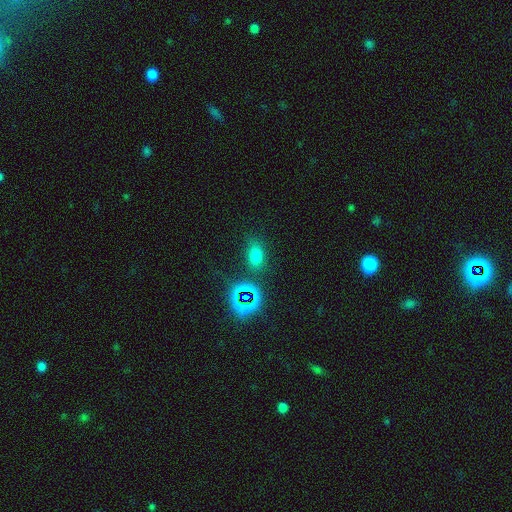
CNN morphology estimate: A smooth galaxy with no disk features (66%) that is in between round and cigar-shaped (79%). Merging: none (76%).